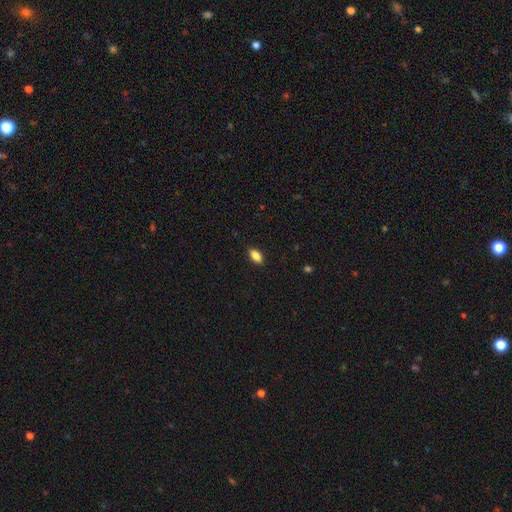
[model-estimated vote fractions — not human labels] Smooth or featured?
  - smooth: 87% *
  - star or artifact: 8%
  - featured or disk: 5%
How rounded?
  - in between: 90% *
  - cigar-shaped: 5%
  - round: 4%
Merging?
  - none: 89% *
  - minor disturbance: 8%
  - major disturbance: 2%
  - merger: 1%